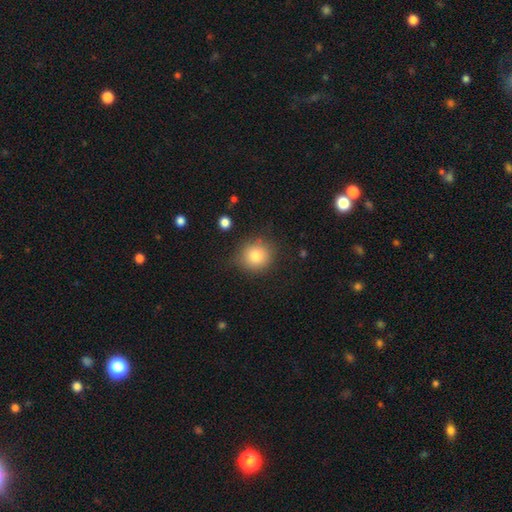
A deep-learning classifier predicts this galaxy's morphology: smooth 81%, star or artifact 10%, featured or disk 9%. Down the decision tree: how rounded — round (87%); merging — none (80%).